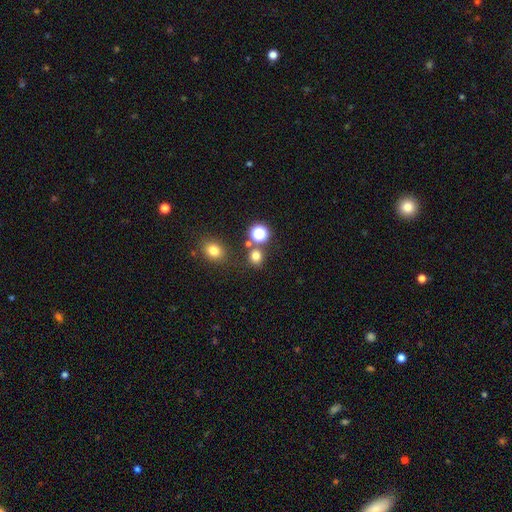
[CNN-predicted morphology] A smooth galaxy with no disk features (73%) that is round (83%). Merging: none (76%).